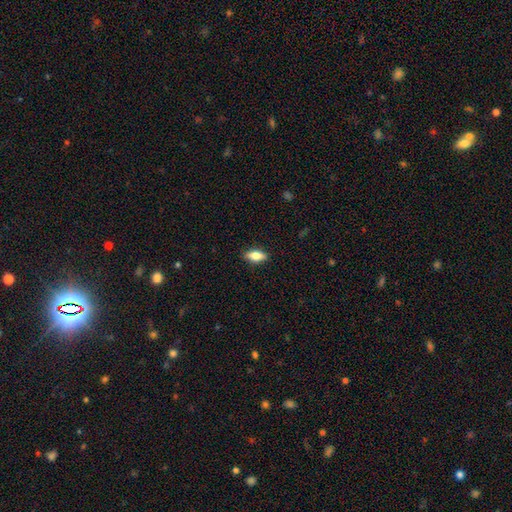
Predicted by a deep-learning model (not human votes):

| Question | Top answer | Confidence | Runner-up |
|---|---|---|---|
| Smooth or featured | smooth | 71% | featured or disk (22%) |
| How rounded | in between | 81% | cigar-shaped (15%) |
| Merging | none | 88% | minor disturbance (9%) |